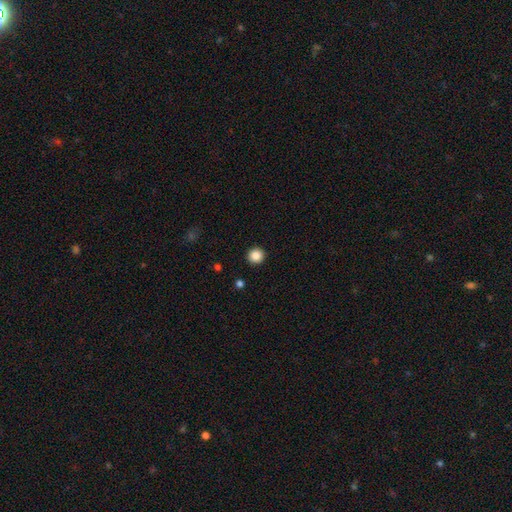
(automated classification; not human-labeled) Smooth or featured?
  - smooth: 86% *
  - star or artifact: 10%
  - featured or disk: 4%
How rounded?
  - round: 95% *
  - in between: 4%
  - cigar-shaped: 1%
Merging?
  - none: 93% *
  - minor disturbance: 4%
  - major disturbance: 2%
  - merger: 1%